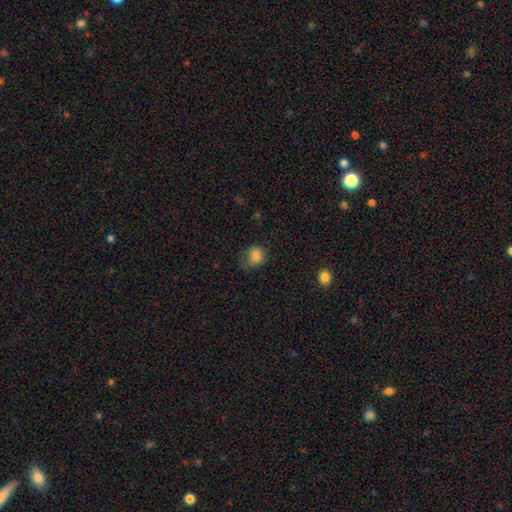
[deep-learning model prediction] Smooth or featured: smooth — 81% (star or artifact — 10%)
How rounded: round — 56% (in between — 43%)
Merging: none — 47% (minor disturbance — 31%)